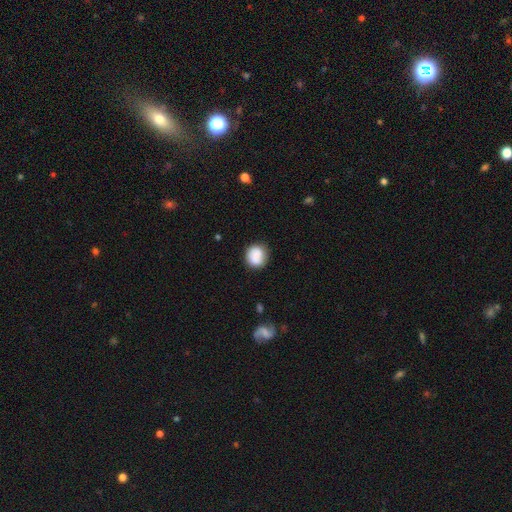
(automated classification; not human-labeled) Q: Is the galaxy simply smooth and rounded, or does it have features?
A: smooth — 83%.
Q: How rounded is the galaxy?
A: round — 79%.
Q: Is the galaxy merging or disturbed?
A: none — 78%.